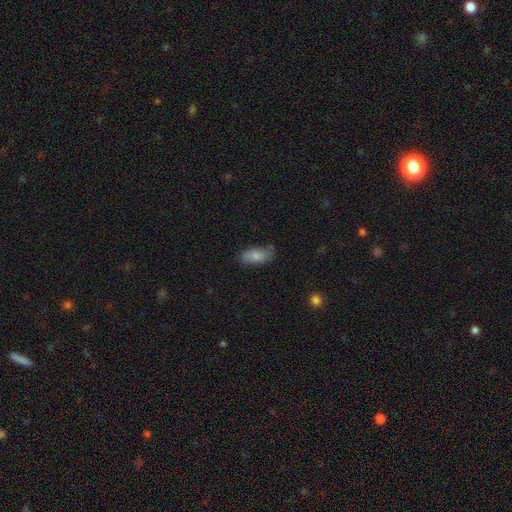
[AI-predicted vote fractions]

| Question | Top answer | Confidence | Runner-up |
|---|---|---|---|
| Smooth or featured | smooth | 83% | featured or disk (11%) |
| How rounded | in between | 89% | cigar-shaped (8%) |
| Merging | none | 74% | minor disturbance (20%) |